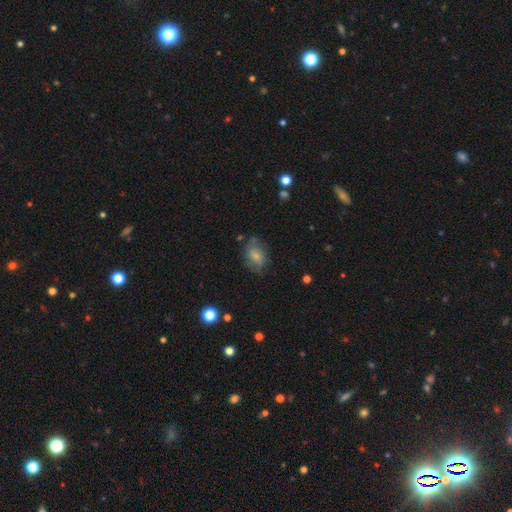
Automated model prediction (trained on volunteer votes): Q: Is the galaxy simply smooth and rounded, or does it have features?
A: smooth — 64%.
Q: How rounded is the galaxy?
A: in between — 77%.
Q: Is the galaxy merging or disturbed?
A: none — 59%.